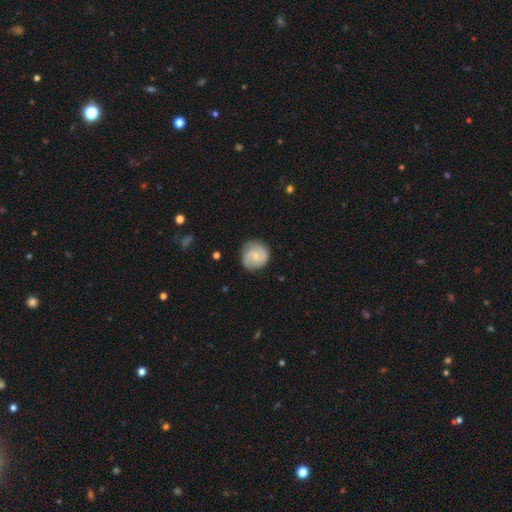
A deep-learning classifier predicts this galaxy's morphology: A featured or disk galaxy (55%) with no bar (55%), spiral arms (90%) and a small central bulge (53%). Merging: none (79%).